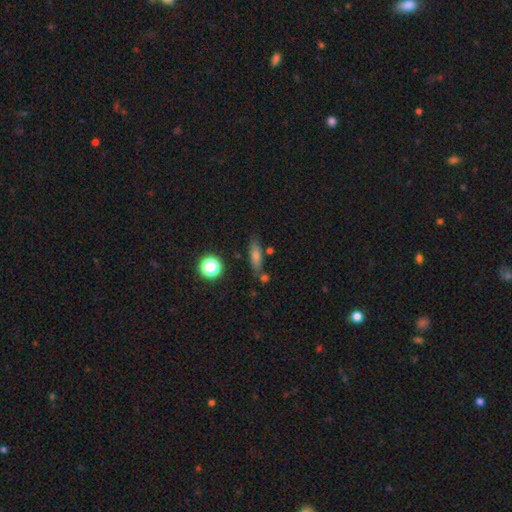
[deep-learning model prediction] Q: Smooth or featured?
A: smooth (66%); runner-up: featured or disk (20%)
Q: How rounded?
A: in between (48%); runner-up: cigar-shaped (44%)
Q: Merging?
A: none (73%); runner-up: minor disturbance (14%)